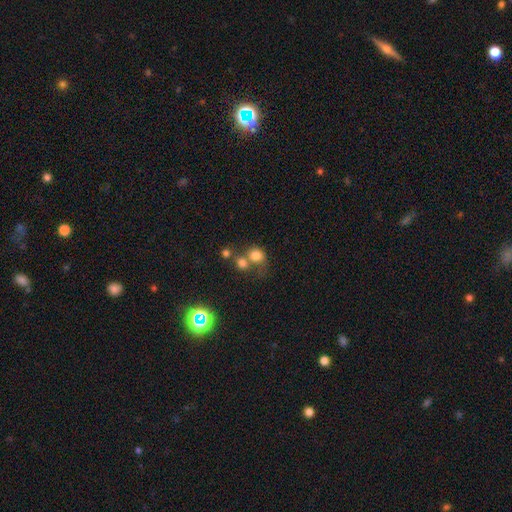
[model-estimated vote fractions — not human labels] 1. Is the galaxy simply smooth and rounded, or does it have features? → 76% smooth, 13% star or artifact, 11% featured or disk.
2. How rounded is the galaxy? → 76% round, 23% in between, 1% cigar-shaped.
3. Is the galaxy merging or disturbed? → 47% merger, 35% none, 10% minor disturbance, 9% major disturbance.